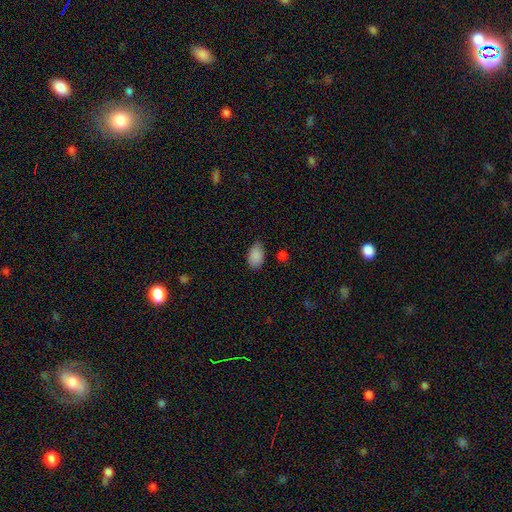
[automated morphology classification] smooth_or_featured: smooth (p=0.88) [alt: star or artifact p=0.08]
how_rounded: in between (p=0.91) [alt: round p=0.08]
merging: none (p=0.70) [alt: minor disturbance p=0.24]